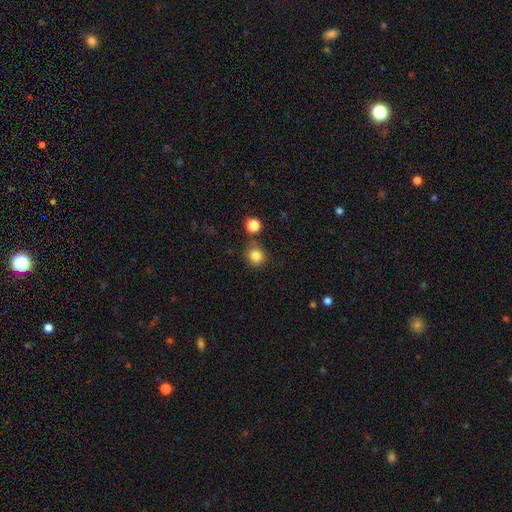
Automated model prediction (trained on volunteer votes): smooth_or_featured: smooth (p=0.84) [alt: star or artifact p=0.11]
how_rounded: round (p=0.89) [alt: in between p=0.10]
merging: none (p=0.79) [alt: minor disturbance p=0.10]